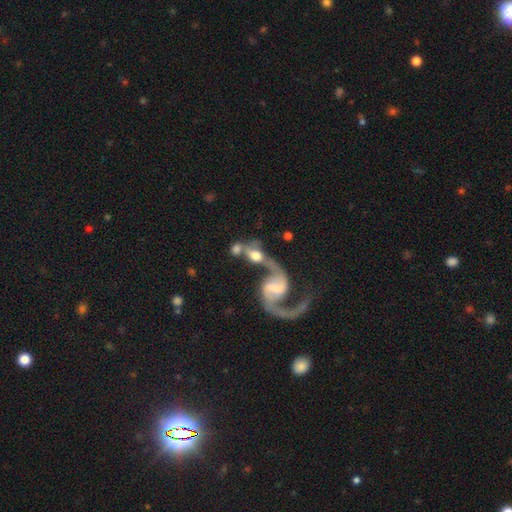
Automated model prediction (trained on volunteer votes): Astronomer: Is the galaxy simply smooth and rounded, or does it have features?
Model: featured or disk — 65%.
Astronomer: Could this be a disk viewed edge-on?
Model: no — 92%.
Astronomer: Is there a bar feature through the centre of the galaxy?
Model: no — 45% (runner-up: weak, 38%).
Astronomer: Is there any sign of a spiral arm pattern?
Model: yes — 77%.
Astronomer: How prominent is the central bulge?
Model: moderate — 33% (runner-up: large, 28%).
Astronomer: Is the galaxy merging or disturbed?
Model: merger — 58%.